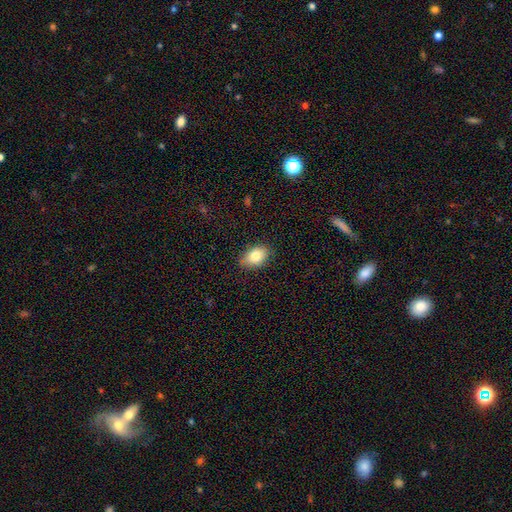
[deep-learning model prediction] Q: Smooth or featured?
A: smooth (81%); runner-up: featured or disk (11%)
Q: How rounded?
A: in between (87%); runner-up: round (12%)
Q: Merging?
A: none (83%); runner-up: minor disturbance (13%)